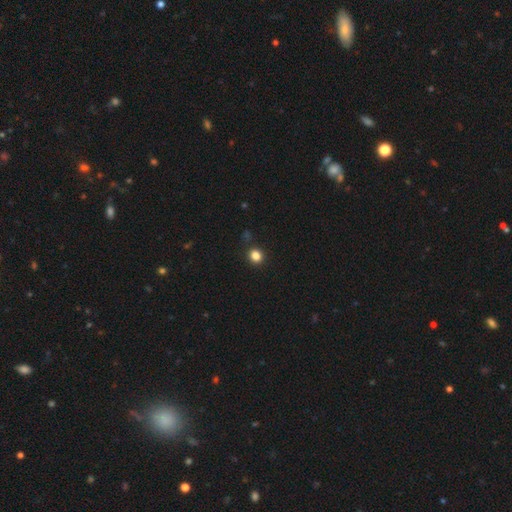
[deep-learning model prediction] Q: Smooth or featured?
A: smooth (83%); runner-up: star or artifact (13%)
Q: How rounded?
A: round (79%); runner-up: in between (20%)
Q: Merging?
A: none (89%); runner-up: minor disturbance (7%)